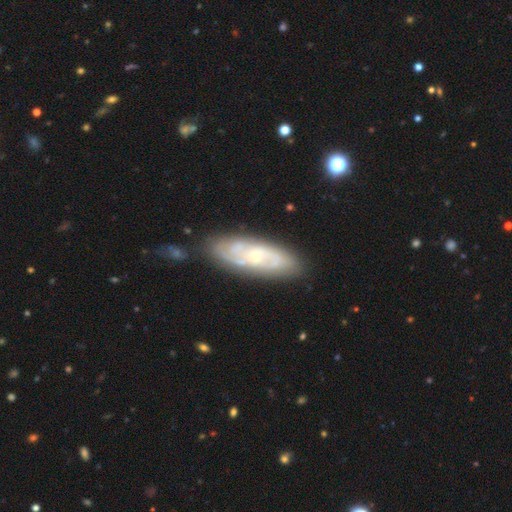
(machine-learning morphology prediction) Smooth or featured? Predicted: featured or disk (p=0.74). Edge-on disk? Predicted: no (p=0.89). Bar? Predicted: no (p=0.74). Spiral arms? Predicted: yes (p=0.89). Spiral winding? Predicted: tight (p=0.62). Spiral arm count? Predicted: can't tell (p=0.44). Bulge size? Predicted: small (p=0.73). Merging? Predicted: none (p=0.77).